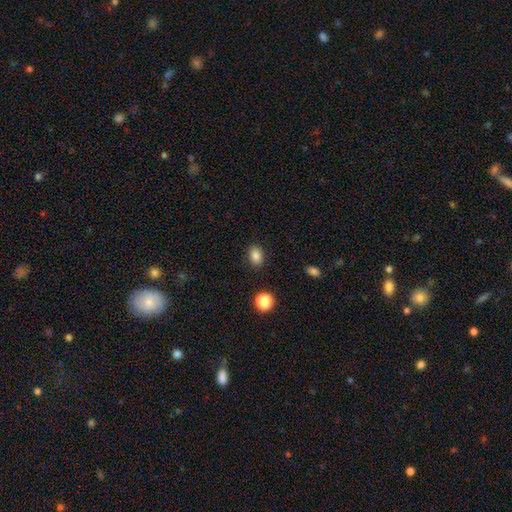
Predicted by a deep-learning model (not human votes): Smooth or featured? Predicted: smooth (p=0.84). How rounded? Predicted: in between (p=0.69). Merging? Predicted: none (p=0.87).